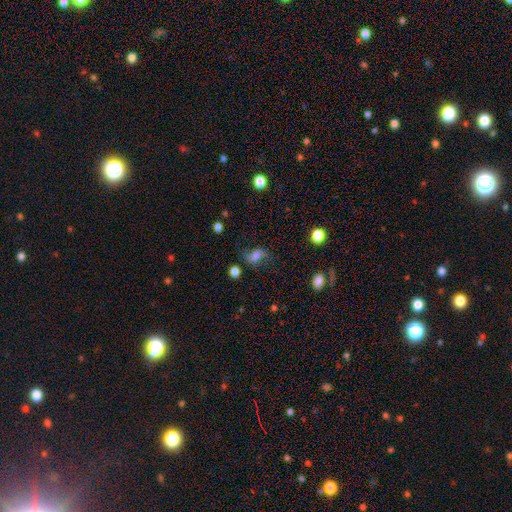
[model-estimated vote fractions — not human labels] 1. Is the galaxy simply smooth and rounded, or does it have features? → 46% smooth, 39% featured or disk, 15% star or artifact.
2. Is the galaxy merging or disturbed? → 62% none, 22% minor disturbance, 13% major disturbance, 3% merger.